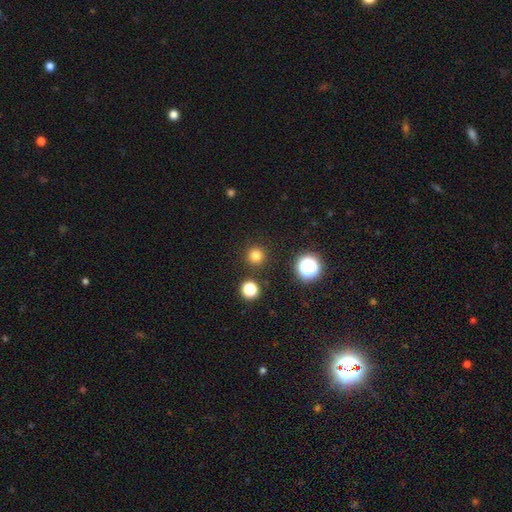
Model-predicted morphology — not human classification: Overall: smooth (79%). How rounded: round (96%). Merging: none (91%).